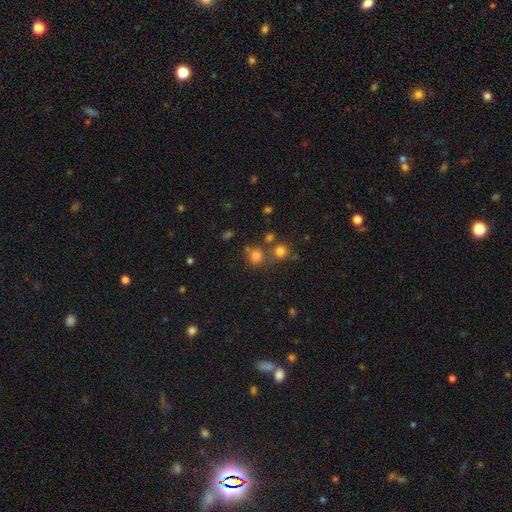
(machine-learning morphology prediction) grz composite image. It shows a smooth galaxy with no disk features (75%) that is round (82%). Merging: none (61%).